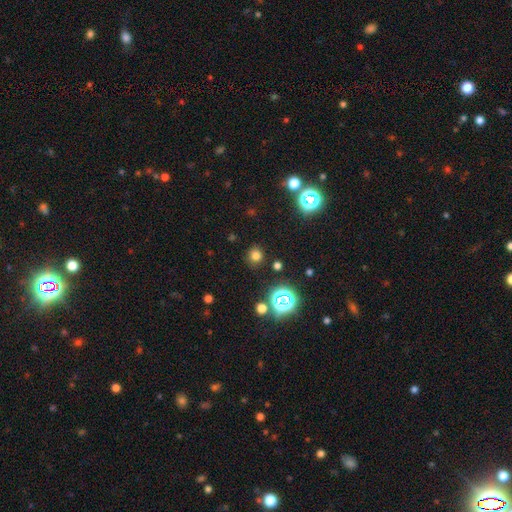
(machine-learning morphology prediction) Smooth or featured? Predicted: smooth (p=0.71). How rounded? Predicted: round (p=0.90). Merging? Predicted: none (p=0.88).